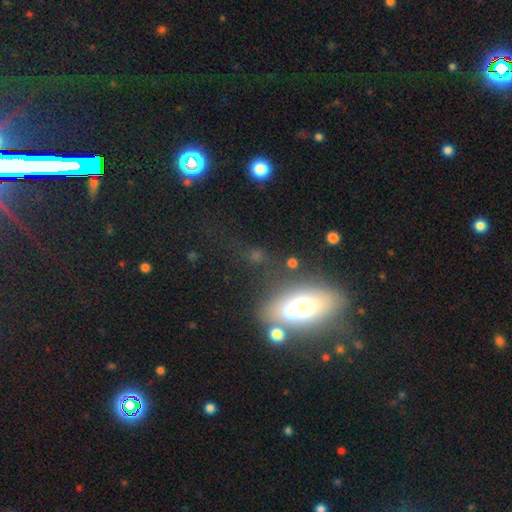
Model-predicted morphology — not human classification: smooth 46%, star or artifact 28%, featured or disk 26%. Down the decision tree: merging — none (55%).